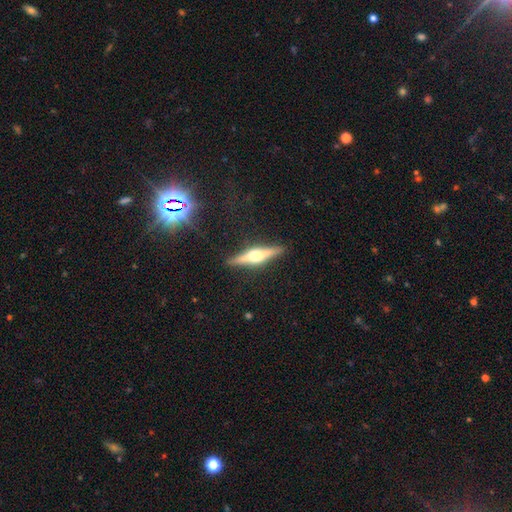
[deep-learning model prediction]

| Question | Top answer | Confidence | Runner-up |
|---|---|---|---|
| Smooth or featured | featured or disk | 70% | smooth (23%) |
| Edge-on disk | yes | 97% | no (3%) |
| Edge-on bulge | rounded | 92% | boxy (6%) |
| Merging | none | 89% | minor disturbance (8%) |